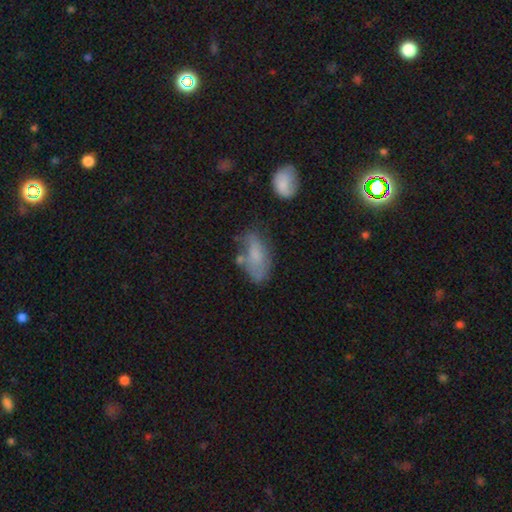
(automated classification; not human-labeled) This appears to be a smooth galaxy with no disk features (64%) that is in between round and cigar-shaped (88%). Merging: none (45%).